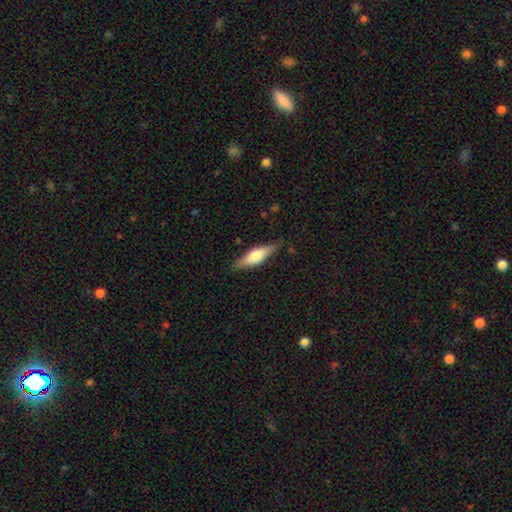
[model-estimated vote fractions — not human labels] A smooth galaxy with no disk features (52%) that is cigar-shaped (58%).

Vote fractions:
- Smooth or featured? smooth: 52% / featured or disk: 42% / star or artifact: 6%
- How rounded? cigar-shaped: 58% / in between: 40% / round: 2%
- Merging? none: 82% / minor disturbance: 13% / major disturbance: 3% / merger: 1%